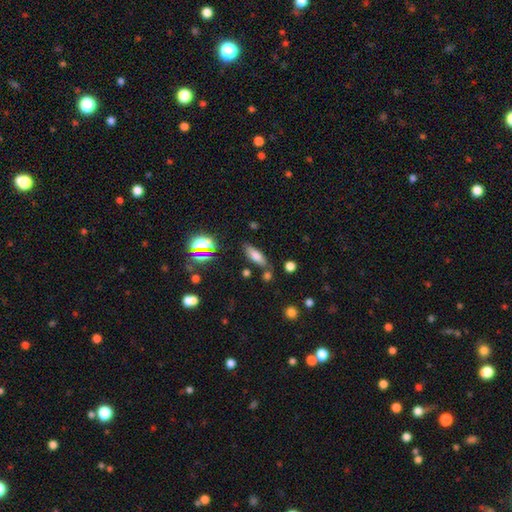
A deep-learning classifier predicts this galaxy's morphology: Smooth or featured? smooth (70%)
How rounded? in between (58%)
Merging? none (73%)